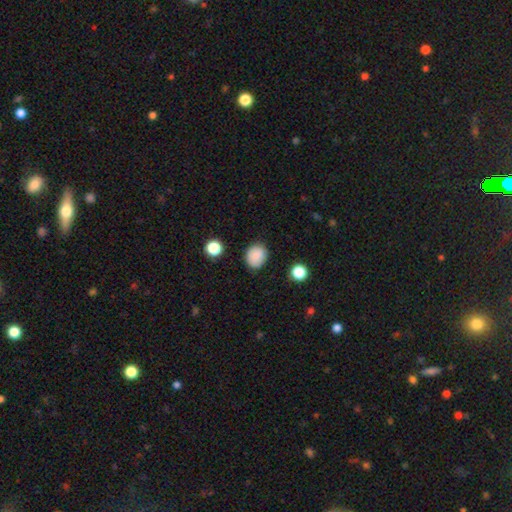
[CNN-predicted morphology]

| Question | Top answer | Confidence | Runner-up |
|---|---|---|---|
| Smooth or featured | smooth | 85% | star or artifact (9%) |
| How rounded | round | 62% | in between (37%) |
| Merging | none | 84% | minor disturbance (12%) |